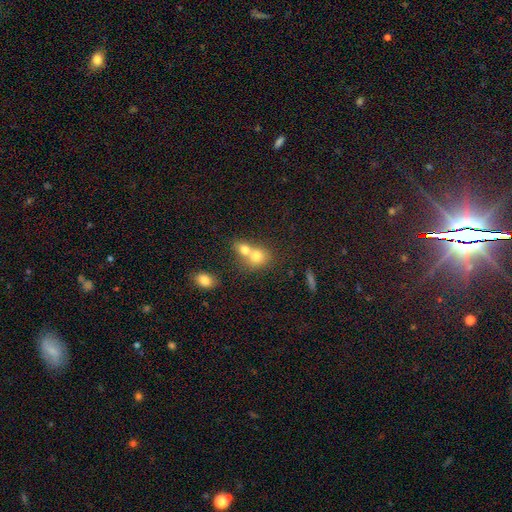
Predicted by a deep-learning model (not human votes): A smooth galaxy with no disk features (73%) that is round (61%). Merging: merger (67%).